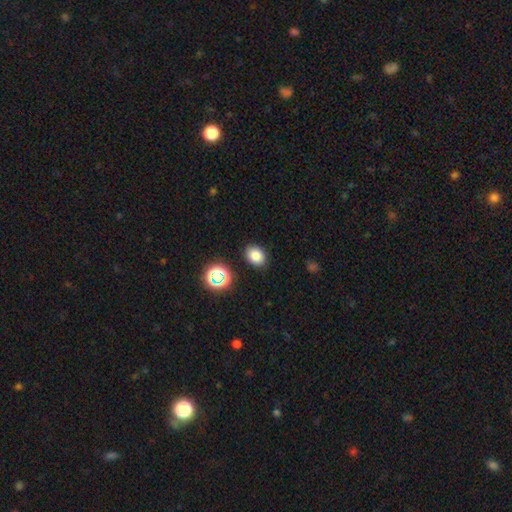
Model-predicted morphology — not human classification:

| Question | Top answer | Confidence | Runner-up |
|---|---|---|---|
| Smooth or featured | smooth | 80% | star or artifact (14%) |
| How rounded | in between | 61% | round (38%) |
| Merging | none | 86% | minor disturbance (9%) |